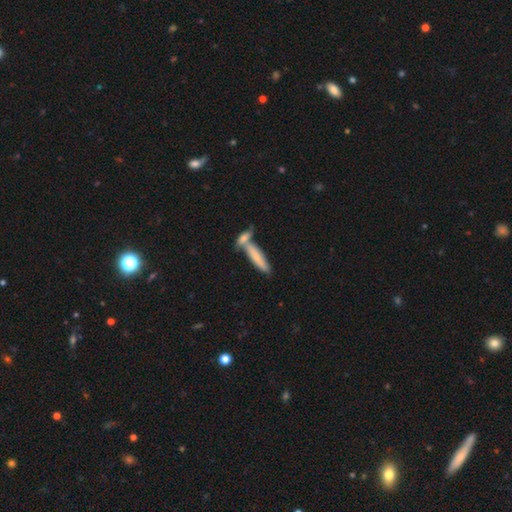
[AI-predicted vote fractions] Smooth or featured: smooth — 69% (featured or disk — 23%)
How rounded: cigar-shaped — 77% (in between — 22%)
Merging: none — 44% (merger — 42%)